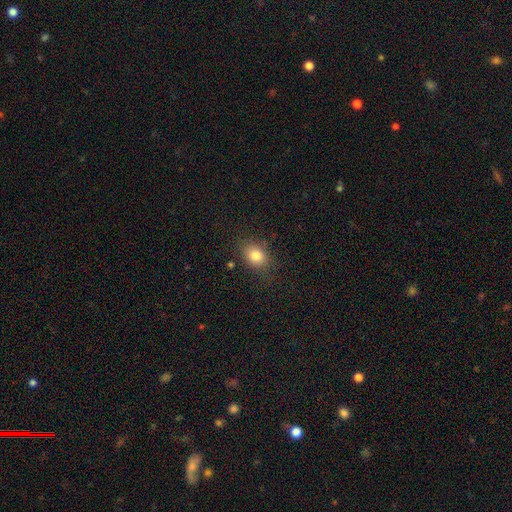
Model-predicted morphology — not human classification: The model was most divided on "how rounded": in between: 62%, round: 37%, cigar-shaped: 1%. More confident: smooth or featured — smooth (81%); merging — none (79%).